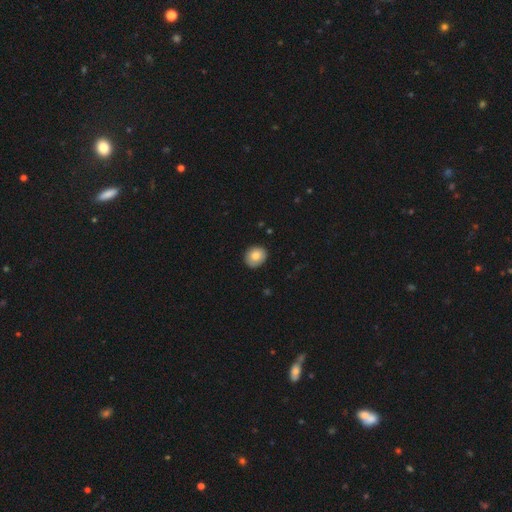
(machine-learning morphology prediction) This appears to be a smooth galaxy with no disk features (82%) that is round (68%). Merging: none (84%).